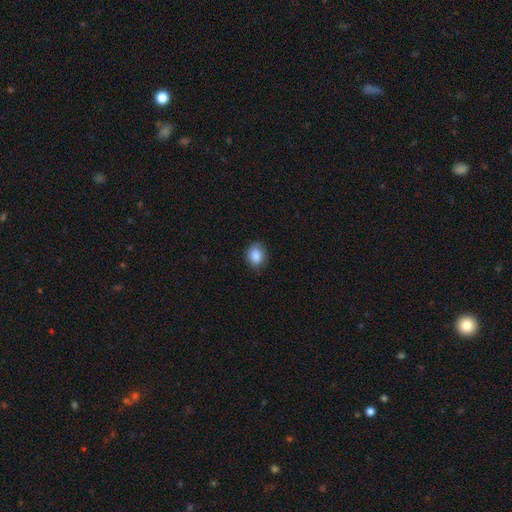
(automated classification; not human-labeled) Q: Smooth or featured?
A: smooth (87%); runner-up: star or artifact (9%)
Q: How rounded?
A: round (60%); runner-up: in between (39%)
Q: Merging?
A: none (83%); runner-up: minor disturbance (13%)